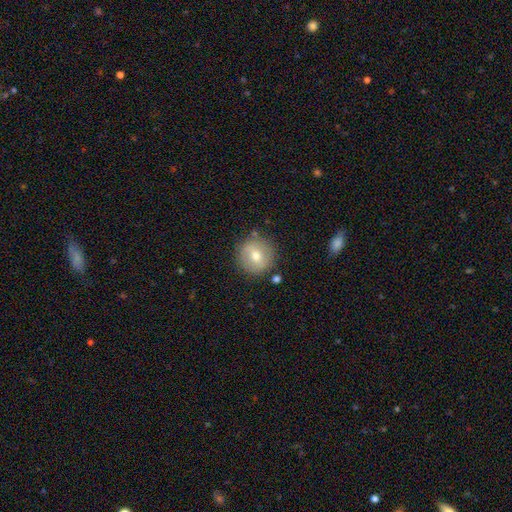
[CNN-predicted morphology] smooth 66%, featured or disk 25%, star or artifact 8%. Down the decision tree: how rounded — round (95%); merging — none (83%).